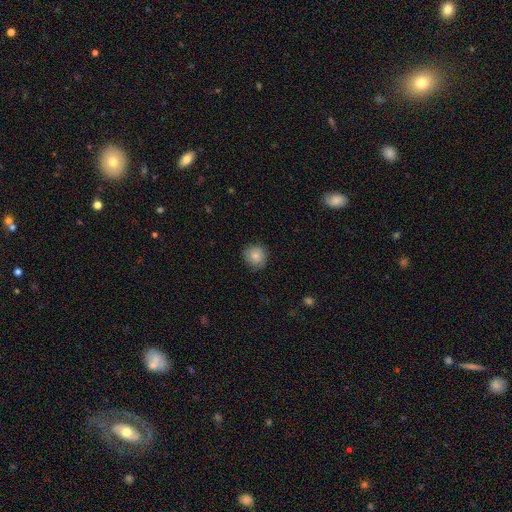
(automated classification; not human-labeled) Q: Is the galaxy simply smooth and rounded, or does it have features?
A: smooth — 80%.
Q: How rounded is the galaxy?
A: round — 89%.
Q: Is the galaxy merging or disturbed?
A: none — 81%.